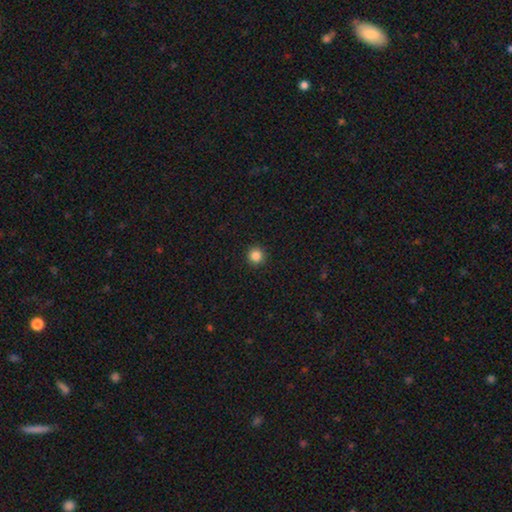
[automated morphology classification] smooth-or-featured: smooth: 85% | star or artifact: 11% | featured or disk: 3%
  how-rounded: round: 96% | in between: 3% | cigar-shaped: 1%
  merging: none: 93% | minor disturbance: 4% | major disturbance: 2% | merger: 1%